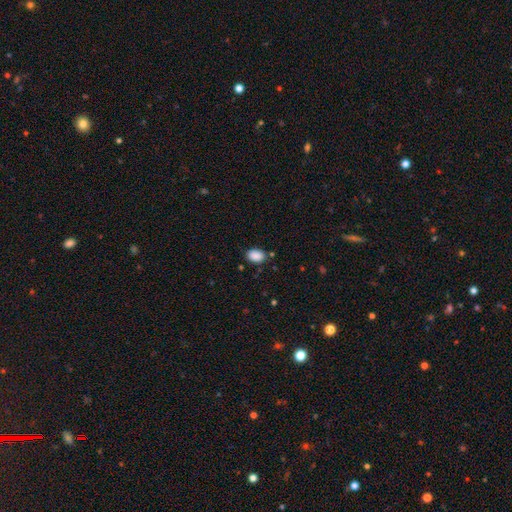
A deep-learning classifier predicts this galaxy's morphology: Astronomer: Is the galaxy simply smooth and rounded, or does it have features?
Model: smooth — 89%.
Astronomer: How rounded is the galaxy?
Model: in between — 79%.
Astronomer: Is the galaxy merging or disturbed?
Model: none — 81%.